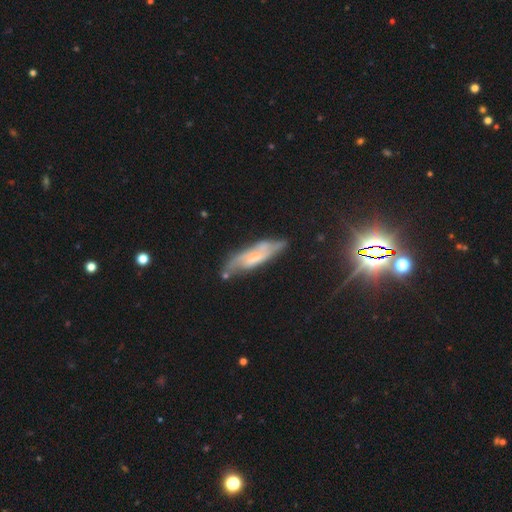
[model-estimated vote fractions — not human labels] smooth_or_featured: featured or disk (p=0.58) [alt: smooth p=0.31]
disk_edge_on: no (p=0.65) [alt: yes p=0.35]
merging: none (p=0.65) [alt: minor disturbance p=0.23]